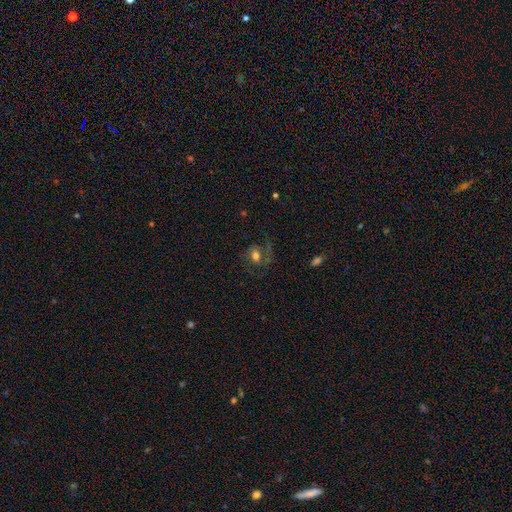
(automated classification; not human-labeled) Morphology: type=featured or disk (48%); merging=none (53%).